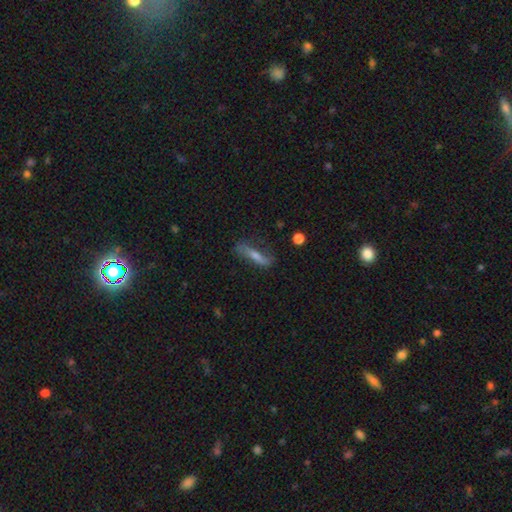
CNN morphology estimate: Overall: featured or disk (46%; smooth 45%). Merging: none (70%).